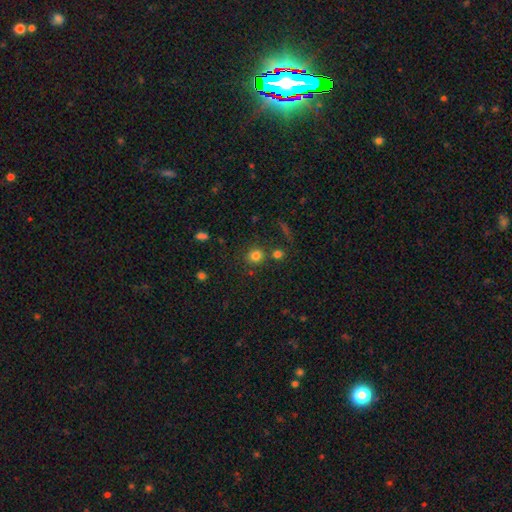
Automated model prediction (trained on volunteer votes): smooth_or_featured: smooth (p=0.81) [alt: star or artifact p=0.13]
how_rounded: round (p=0.83) [alt: in between p=0.16]
merging: none (p=0.74) [alt: merger p=0.13]